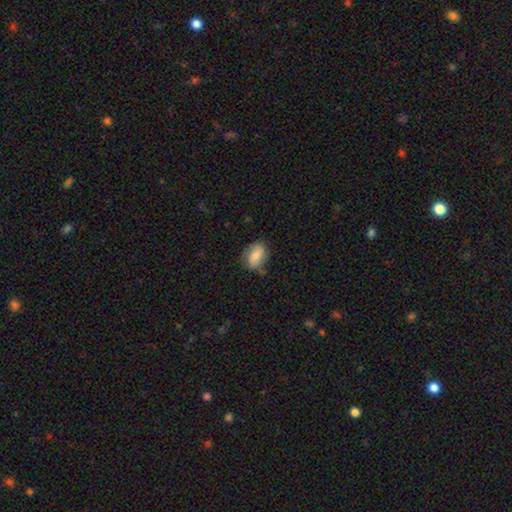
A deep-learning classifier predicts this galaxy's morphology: Q: Smooth or featured?
A: smooth (60%); runner-up: featured or disk (33%)
Q: How rounded?
A: in between (76%); runner-up: round (22%)
Q: Merging?
A: none (66%); runner-up: minor disturbance (24%)